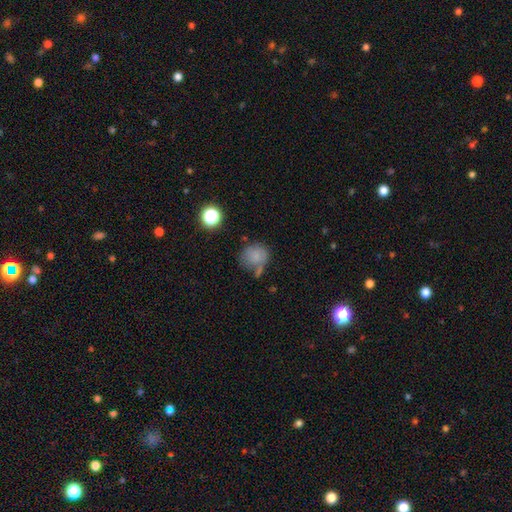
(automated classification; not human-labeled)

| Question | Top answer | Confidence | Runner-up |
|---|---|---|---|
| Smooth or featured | smooth | 76% | featured or disk (12%) |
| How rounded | round | 76% | in between (23%) |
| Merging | none | 49% | minor disturbance (24%) |